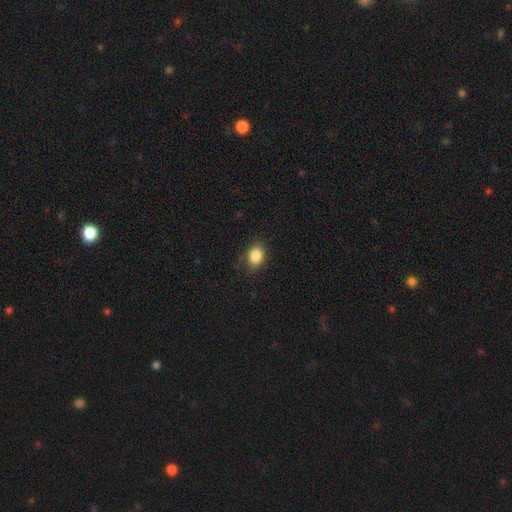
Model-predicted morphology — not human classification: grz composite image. It shows a smooth galaxy with no disk features (86%) that is in between round and cigar-shaped (57%). Merging: none (80%).